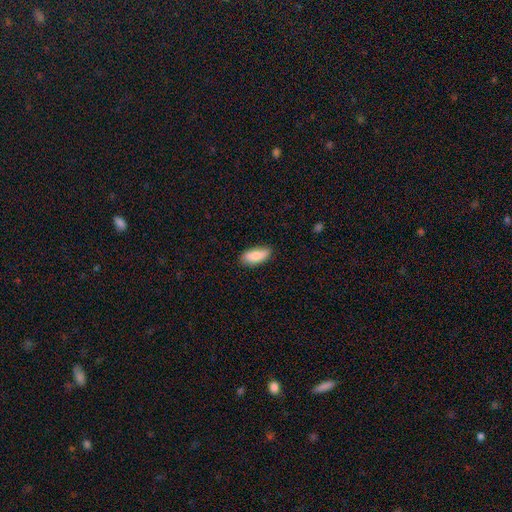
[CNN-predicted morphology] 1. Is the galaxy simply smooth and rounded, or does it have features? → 83% smooth, 10% featured or disk, 6% star or artifact.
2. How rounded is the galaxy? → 84% in between, 13% cigar-shaped, 2% round.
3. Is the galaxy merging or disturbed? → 81% none, 16% minor disturbance, 2% major disturbance, 1% merger.